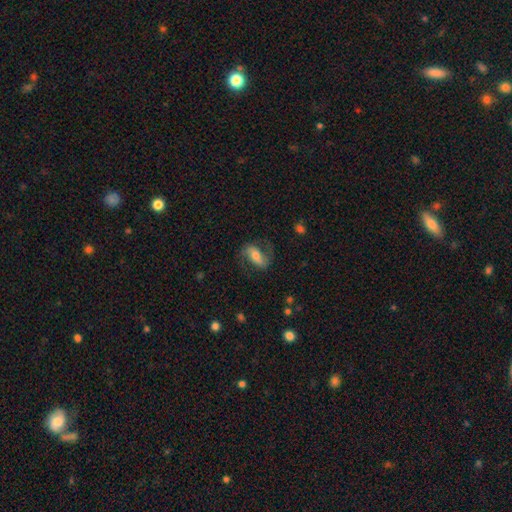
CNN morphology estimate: A featured or disk galaxy (63%) with a strong bar (41%), 2 (87%) loose (45%) spiral arms (89%) and a moderate central bulge (56%).

Vote fractions:
- Smooth or featured? featured or disk: 63% / smooth: 30% / star or artifact: 7%
- Edge-on disk? no: 93% / yes: 7%
- Bar? strong: 41% / weak: 33% / no: 26%
- Spiral arms? yes: 89% / no: 11%
- Spiral winding? loose: 45% / medium: 42% / tight: 14%
- Spiral arm count? 2: 87% / 1: 5% / can't tell: 5% / 3: 1% / 4: 1% / more than 4: 1%
- Bulge size? moderate: 56% / small: 26% / large: 13% / none: 3% / dominant: 2%
- Merging? none: 69% / minor disturbance: 17% / major disturbance: 12% / merger: 2%